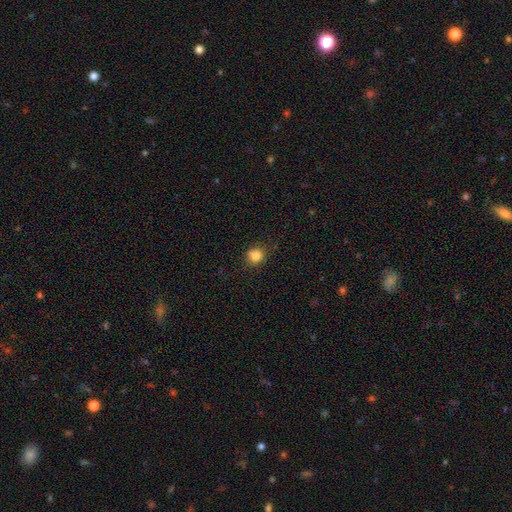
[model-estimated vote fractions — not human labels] Smooth or featured: smooth — 82% (star or artifact — 12%)
How rounded: round — 79% (in between — 20%)
Merging: none — 78% (minor disturbance — 16%)